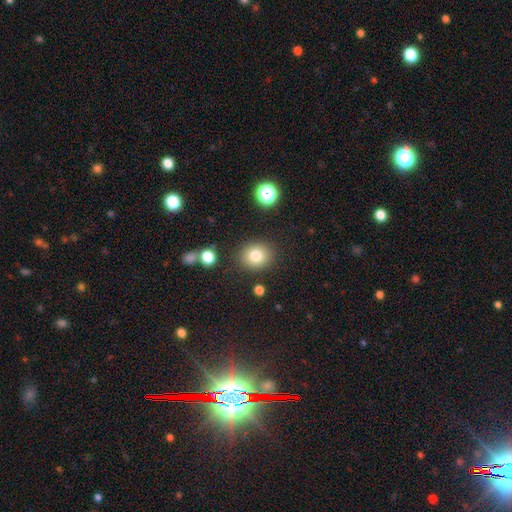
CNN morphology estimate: type=smooth (80%); roundness=round (78%); merging=none (85%).